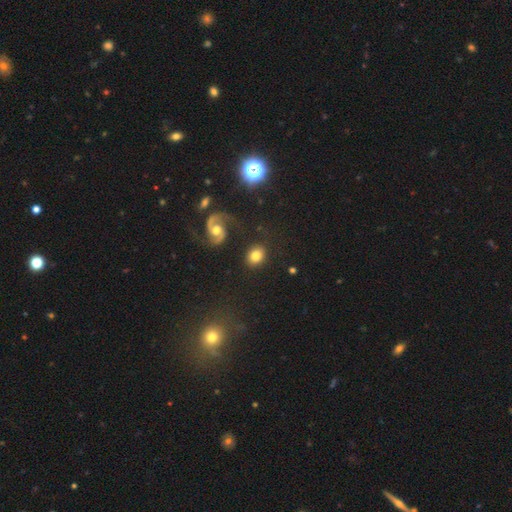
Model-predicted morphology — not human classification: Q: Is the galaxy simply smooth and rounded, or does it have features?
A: smooth — 77%.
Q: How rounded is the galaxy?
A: round — 58%.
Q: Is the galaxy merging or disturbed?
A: none — 84%.